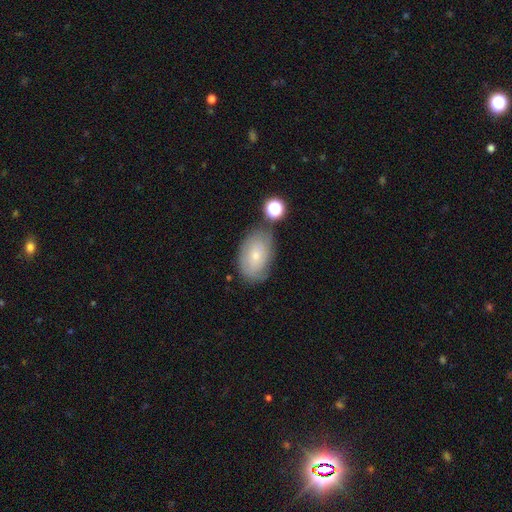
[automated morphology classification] This is likely a smooth galaxy (60%). How rounded: clearly in between (89%). Merging: likely none (65%).